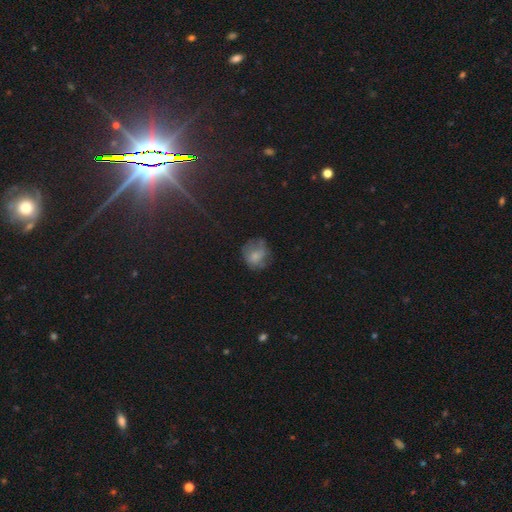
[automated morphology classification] The model was most divided on "merging": none: 53%, minor disturbance: 27%, major disturbance: 17%, merger: 2%. More confident: how rounded — round (72%); smooth or featured — smooth (62%).